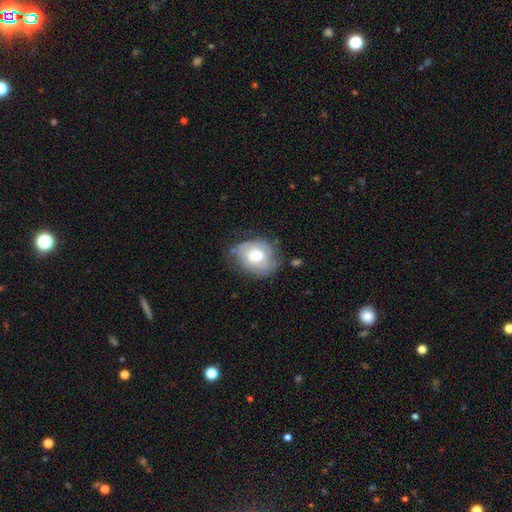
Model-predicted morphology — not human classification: Q: Smooth or featured?
A: smooth (51%); runner-up: featured or disk (42%)
Q: How rounded?
A: in between (54%); runner-up: round (45%)
Q: Merging?
A: none (58%); runner-up: minor disturbance (29%)